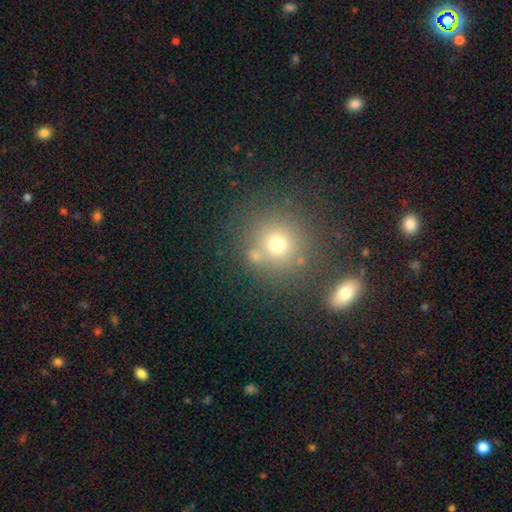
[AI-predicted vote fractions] Smooth or featured? smooth (68%)
How rounded? round (88%)
Merging? none (69%)